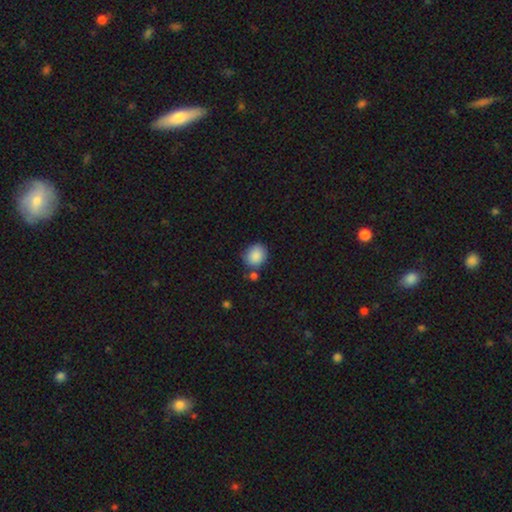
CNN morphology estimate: A smooth galaxy with no disk features (88%) that is round (68%).

Vote fractions:
- Smooth or featured? smooth: 88% / star or artifact: 8% / featured or disk: 4%
- How rounded? round: 68% / in between: 31% / cigar-shaped: 1%
- Merging? none: 70% / minor disturbance: 16% / merger: 10% / major disturbance: 4%